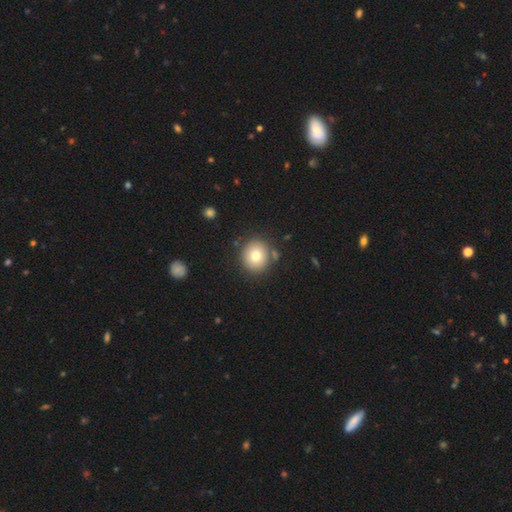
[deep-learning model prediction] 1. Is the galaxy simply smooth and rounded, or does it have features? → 76% smooth, 13% featured or disk, 11% star or artifact.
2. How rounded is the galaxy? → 84% round, 15% in between, 1% cigar-shaped.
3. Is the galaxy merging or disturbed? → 83% none, 9% minor disturbance, 6% merger, 3% major disturbance.